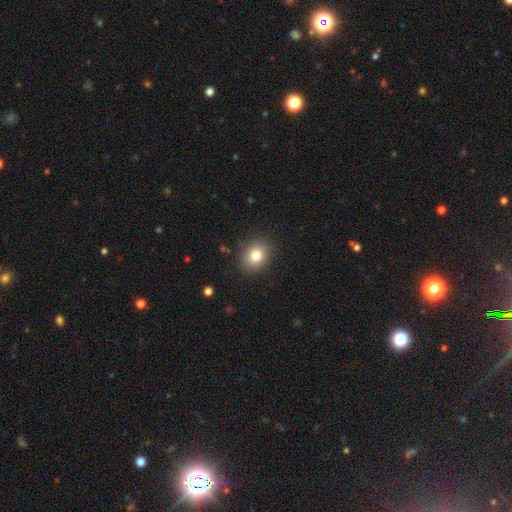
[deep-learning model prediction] A smooth galaxy with no disk features (80%) that is round (57%). Merging: none (88%).